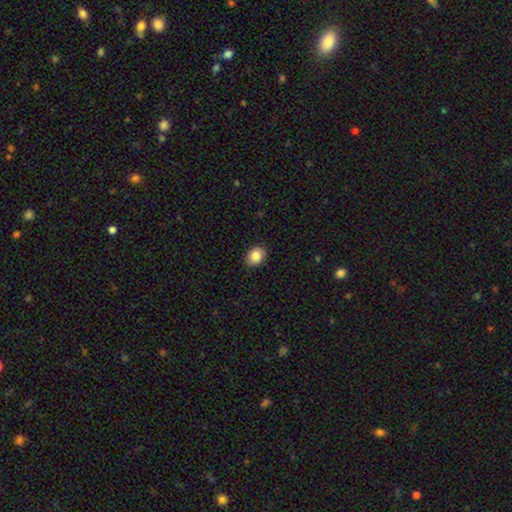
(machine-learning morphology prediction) This is clearly a smooth galaxy (86%). How rounded: likely in between (71%). Merging: clearly none (89%).